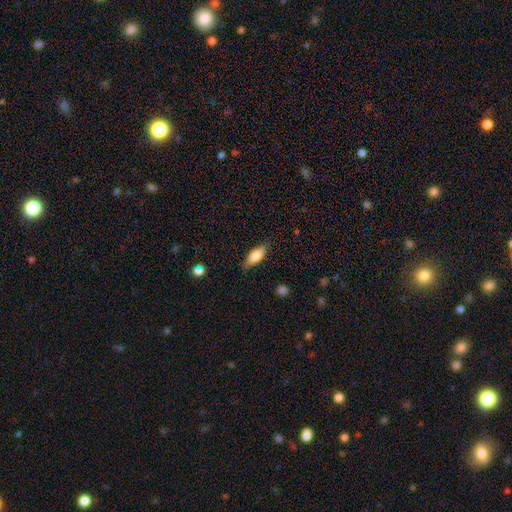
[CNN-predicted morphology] A smooth galaxy with no disk features (72%) that is in between round and cigar-shaped (71%).

Vote fractions:
- Smooth or featured? smooth: 72% / featured or disk: 21% / star or artifact: 7%
- How rounded? in between: 71% / cigar-shaped: 27% / round: 3%
- Merging? none: 81% / minor disturbance: 14% / major disturbance: 3% / merger: 1%